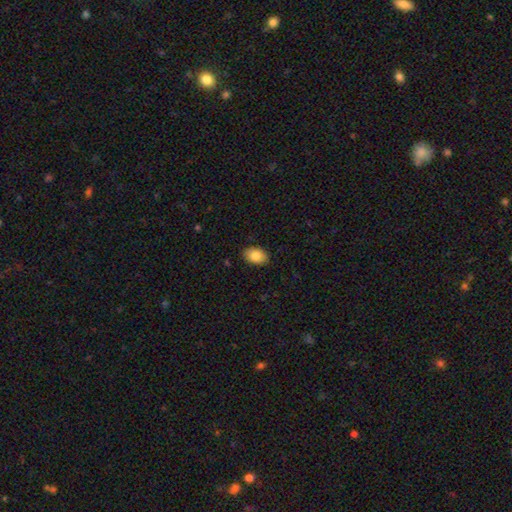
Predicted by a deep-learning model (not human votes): smooth_or_featured: smooth (p=0.85) [alt: featured or disk p=0.08]
how_rounded: in between (p=0.87) [alt: round p=0.12]
merging: none (p=0.88) [alt: minor disturbance p=0.09]